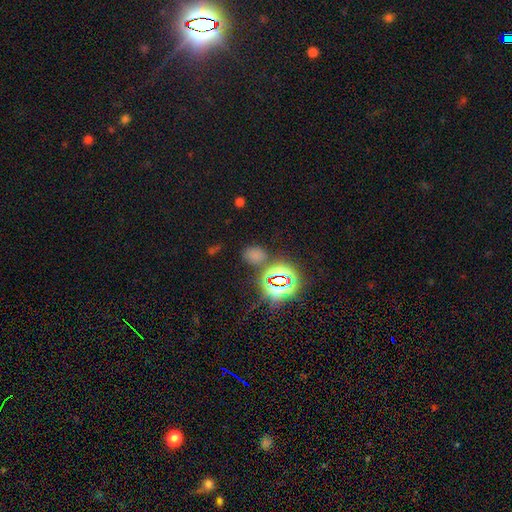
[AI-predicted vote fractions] Overall: smooth (54%; star or artifact 40%). How rounded: in between (55%; round 43%). Merging: none (75%).